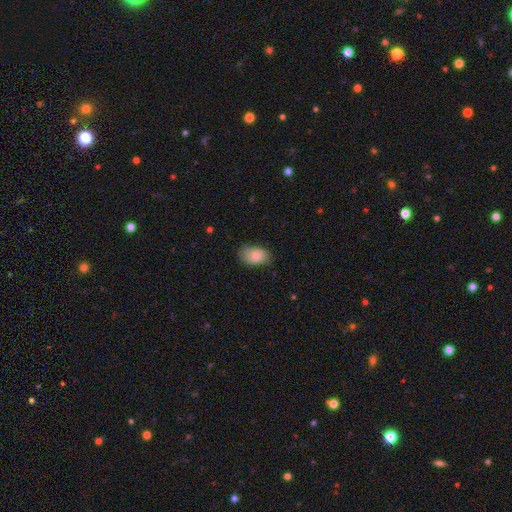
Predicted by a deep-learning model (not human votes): Morphology: type=smooth (84%); roundness=in between (89%); merging=none (72%).